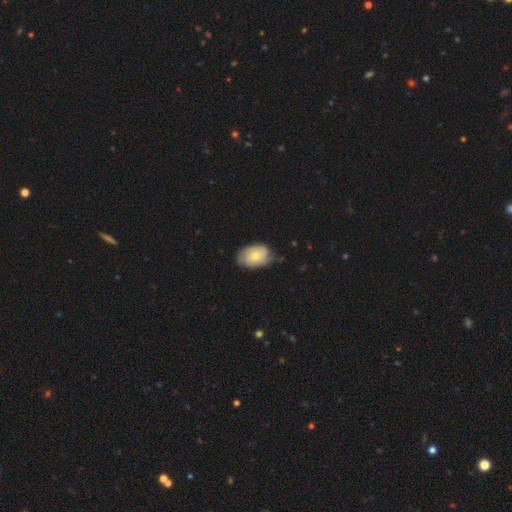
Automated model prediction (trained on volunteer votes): Morphology: type=smooth (64%); roundness=in between (83%); merging=none (66%).